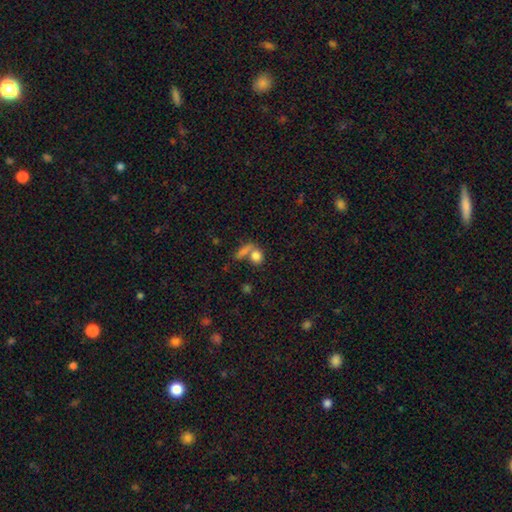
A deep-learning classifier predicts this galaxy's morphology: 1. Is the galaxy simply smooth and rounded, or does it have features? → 80% smooth, 11% star or artifact, 9% featured or disk.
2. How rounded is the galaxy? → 55% round, 39% in between, 5% cigar-shaped.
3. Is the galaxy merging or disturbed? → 46% none, 39% merger, 9% minor disturbance, 6% major disturbance.